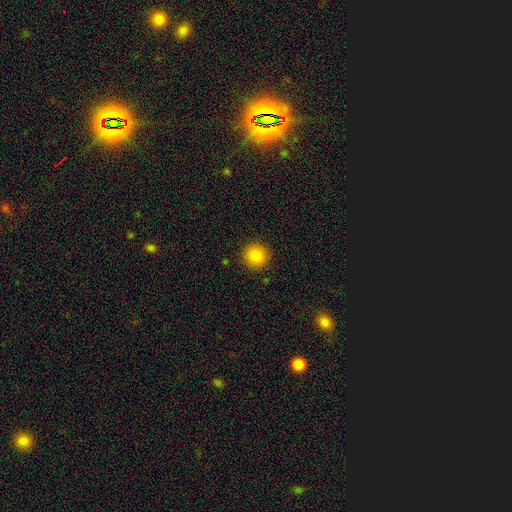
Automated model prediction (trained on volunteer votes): Morphology: type=smooth (85%); roundness=round (94%); merging=none (91%).